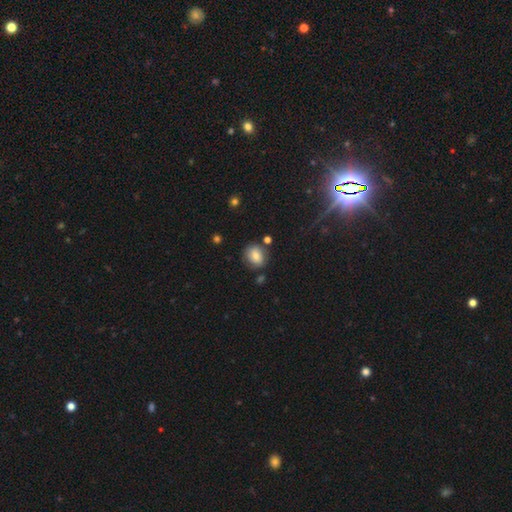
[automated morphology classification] A smooth galaxy with no disk features (78%) that is round (60%). Merging: none (75%).